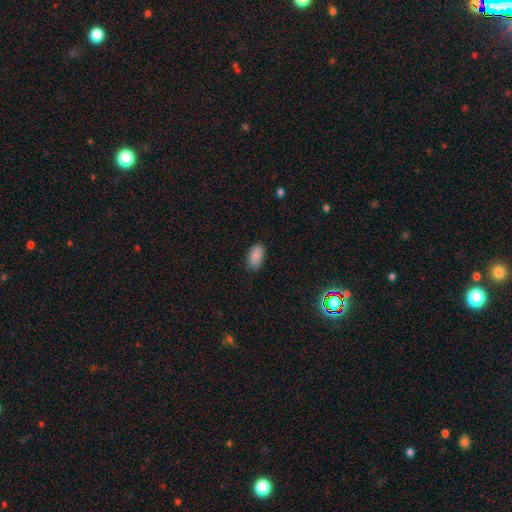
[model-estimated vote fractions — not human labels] Smooth or featured: smooth — 88% (star or artifact — 8%)
How rounded: in between — 94% (round — 4%)
Merging: none — 81% (minor disturbance — 15%)